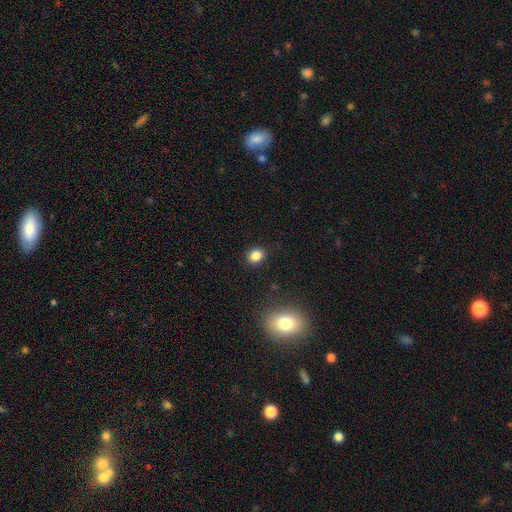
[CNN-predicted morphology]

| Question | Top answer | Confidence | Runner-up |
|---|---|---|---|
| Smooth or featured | smooth | 84% | star or artifact (11%) |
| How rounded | round | 61% | in between (38%) |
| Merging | none | 88% | minor disturbance (8%) |